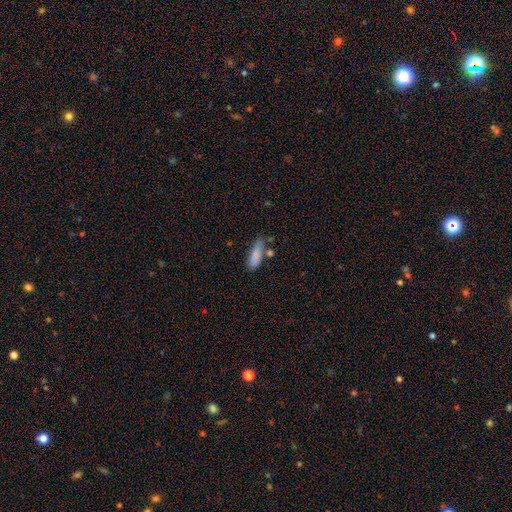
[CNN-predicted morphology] smooth_or_featured: smooth (p=0.76) [alt: featured or disk p=0.16]
how_rounded: in between (p=0.61) [alt: cigar-shaped p=0.36]
merging: none (p=0.54) [alt: minor disturbance p=0.25]